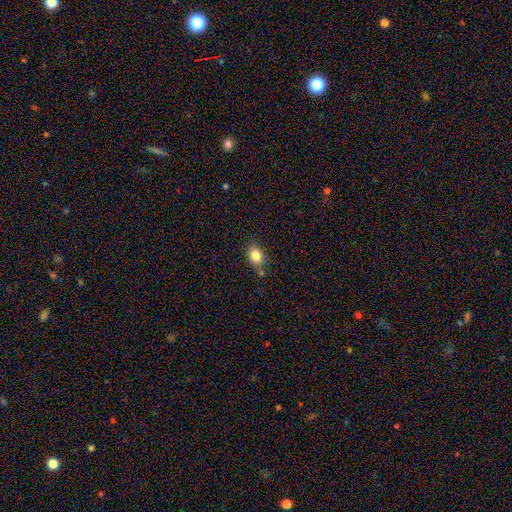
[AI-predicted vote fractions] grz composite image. It shows a smooth galaxy with no disk features (84%) that is in between round and cigar-shaped (66%). Merging: none (74%).